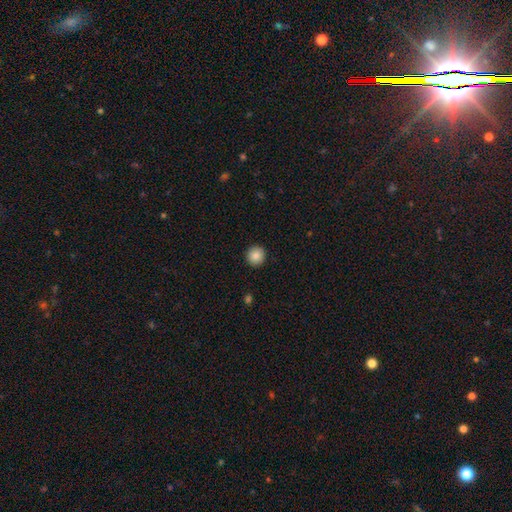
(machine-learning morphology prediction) This appears to be a smooth galaxy with no disk features (88%) that is round (94%). Merging: none (92%).